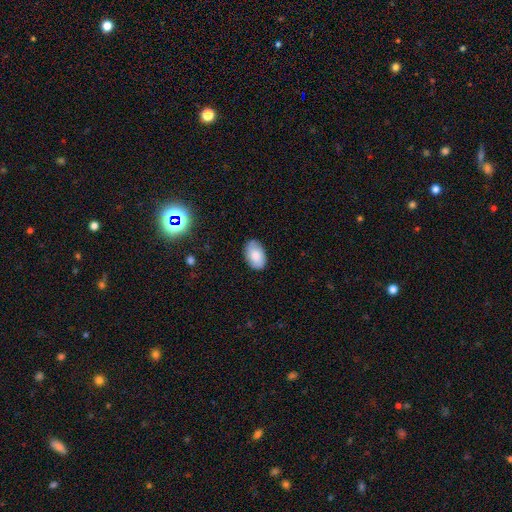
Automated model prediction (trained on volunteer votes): Smooth or featured?
  - smooth: 80% *
  - featured or disk: 13%
  - star or artifact: 7%
How rounded?
  - in between: 91% *
  - round: 8%
  - cigar-shaped: 1%
Merging?
  - none: 81% *
  - minor disturbance: 15%
  - major disturbance: 3%
  - merger: 1%